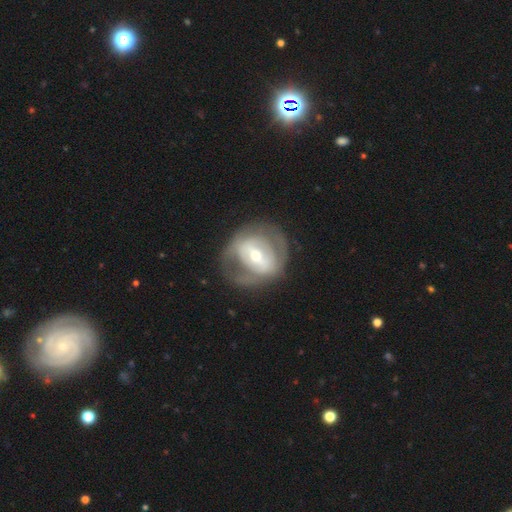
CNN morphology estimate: featured or disk 69%, smooth 25%, star or artifact 6%. Down the decision tree: edge-on disk — no (95%); bar — strong (41%); spiral arms — no (56%); bulge size — moderate (55%); merging — none (64%).